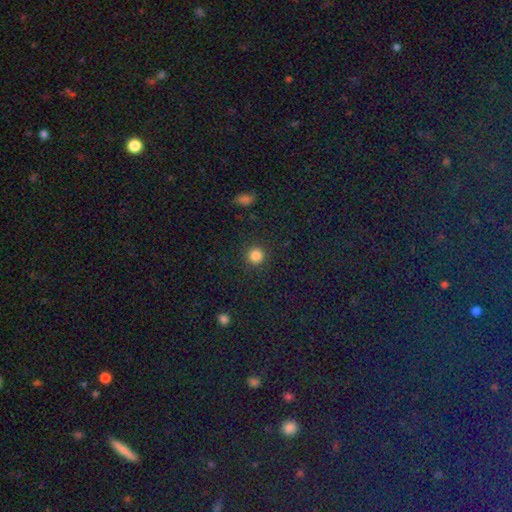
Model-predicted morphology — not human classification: Smooth or featured?
  - smooth: 84% *
  - star or artifact: 12%
  - featured or disk: 4%
How rounded?
  - round: 94% *
  - in between: 5%
  - cigar-shaped: 1%
Merging?
  - none: 91% *
  - minor disturbance: 6%
  - major disturbance: 3%
  - merger: 1%